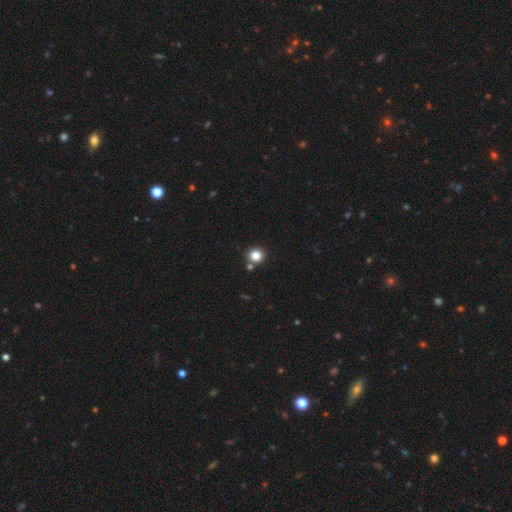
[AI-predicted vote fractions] smooth 82%, star or artifact 13%, featured or disk 6%. Down the decision tree: how rounded — round (92%); merging — none (82%).